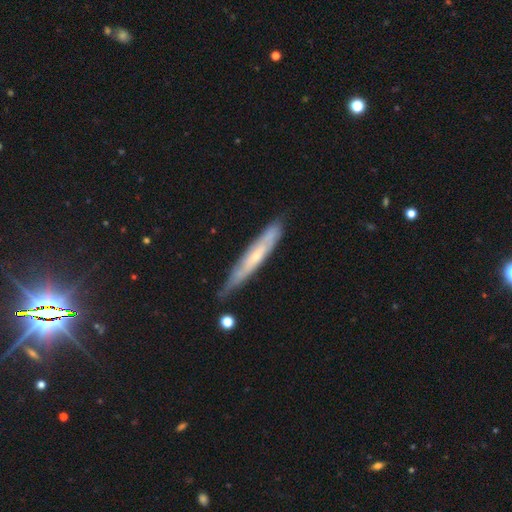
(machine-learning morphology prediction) Smooth or featured: featured or disk — 60% (smooth — 34%)
Edge-on disk: yes — 73% (no — 27%)
Merging: none — 70% (minor disturbance — 23%)